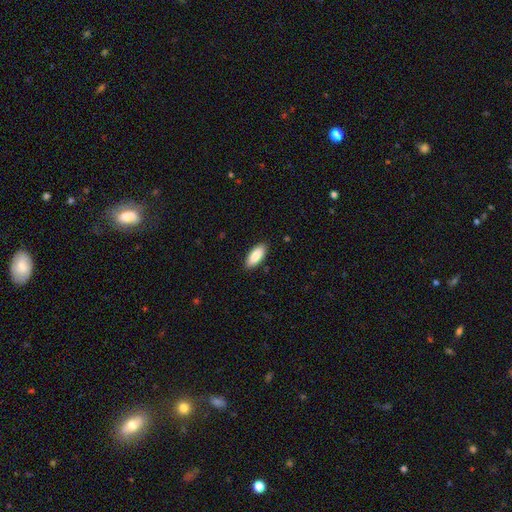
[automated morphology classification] smooth-or-featured: smooth: 88% | featured or disk: 6% | star or artifact: 6%
  how-rounded: in between: 84% | cigar-shaped: 14% | round: 2%
  merging: none: 89% | minor disturbance: 8% | major disturbance: 2% | merger: 1%